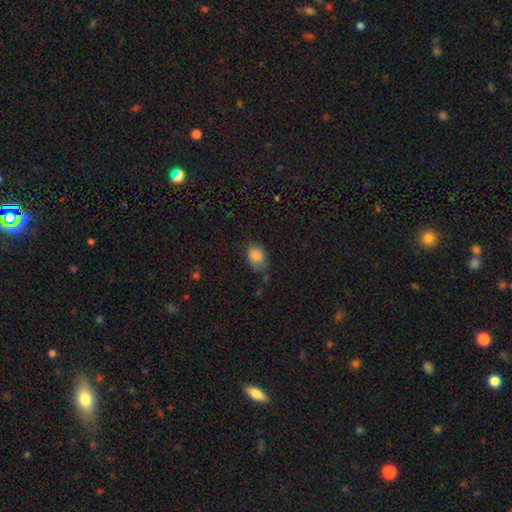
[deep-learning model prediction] A smooth galaxy with no disk features (84%) that is in between round and cigar-shaped (69%).

Vote fractions:
- Smooth or featured? smooth: 84% / star or artifact: 9% / featured or disk: 7%
- How rounded? in between: 69% / round: 30% / cigar-shaped: 1%
- Merging? none: 56% / minor disturbance: 32% / major disturbance: 9% / merger: 3%